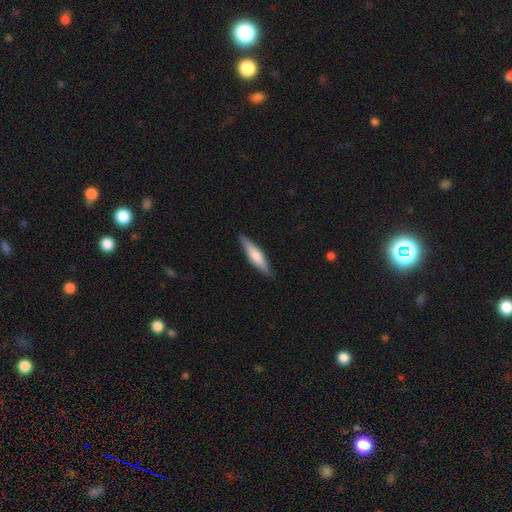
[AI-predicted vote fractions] Smooth or featured: smooth — 62% (featured or disk — 33%)
How rounded: cigar-shaped — 80% (in between — 19%)
Merging: none — 87% (minor disturbance — 10%)